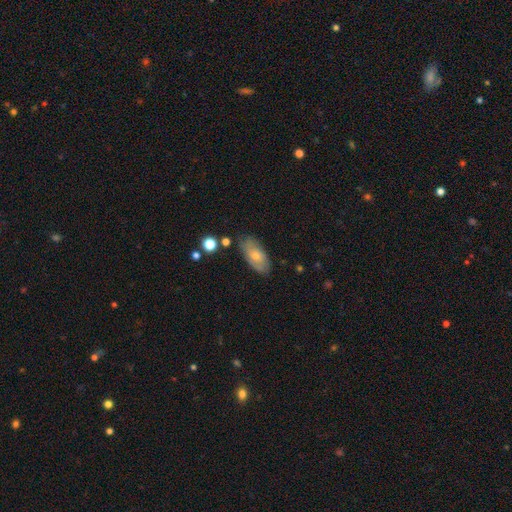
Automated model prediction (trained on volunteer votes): smooth 65%, featured or disk 28%, star or artifact 6%. Down the decision tree: how rounded — in between (91%); merging — none (74%).